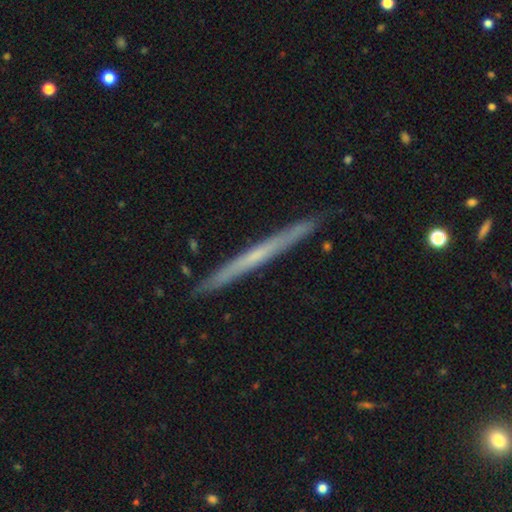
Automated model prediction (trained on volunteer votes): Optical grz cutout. It shows a featured or disk galaxy (60%) viewed edge-on (98%) with no central bulge (81%). Merging: none (92%).